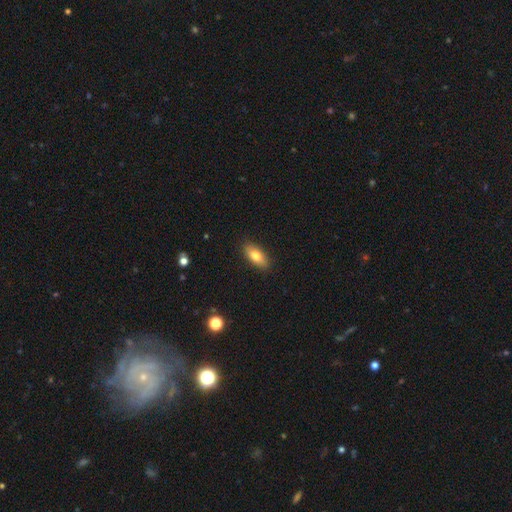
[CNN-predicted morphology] smooth 77%, featured or disk 16%, star or artifact 7%. Down the decision tree: how rounded — in between (84%); merging — none (88%).